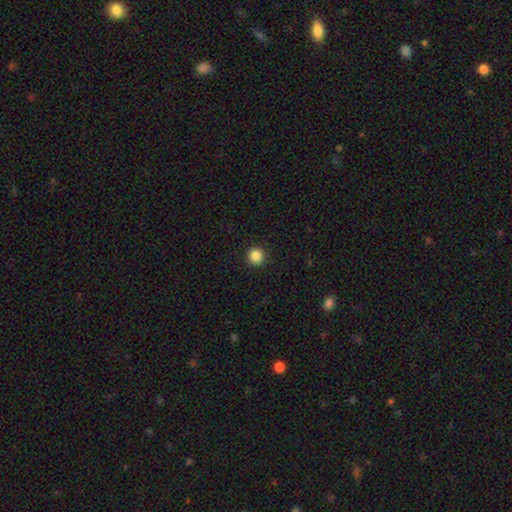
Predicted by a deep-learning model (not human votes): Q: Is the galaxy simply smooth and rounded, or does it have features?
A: smooth — 85%.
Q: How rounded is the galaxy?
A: round — 96%.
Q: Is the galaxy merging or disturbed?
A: none — 94%.